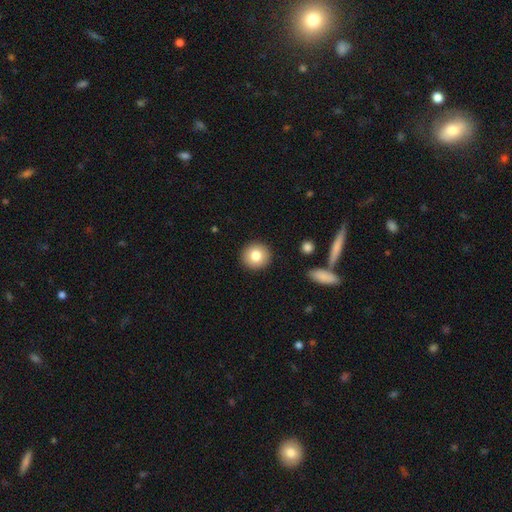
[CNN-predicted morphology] Overall: smooth (81%). How rounded: round (93%). Merging: none (91%).